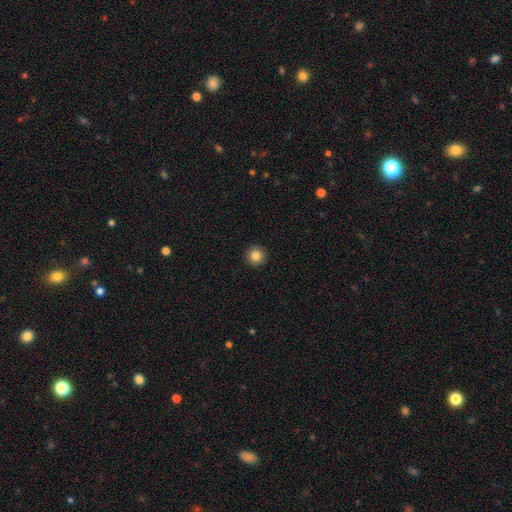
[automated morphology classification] type=smooth (84%); roundness=round (95%); merging=none (93%).